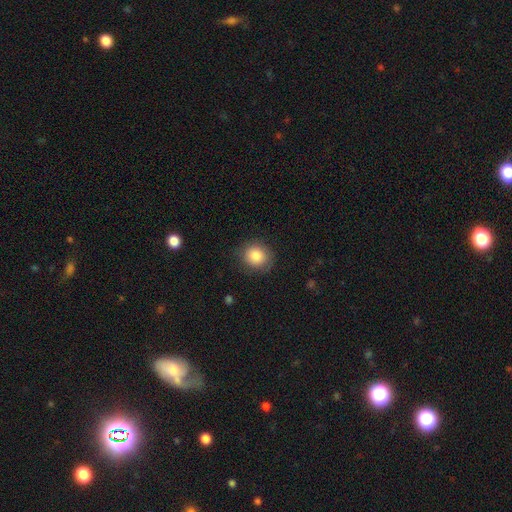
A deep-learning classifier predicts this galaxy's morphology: This appears to be a smooth galaxy with no disk features (84%) that is round (80%). Merging: none (84%).